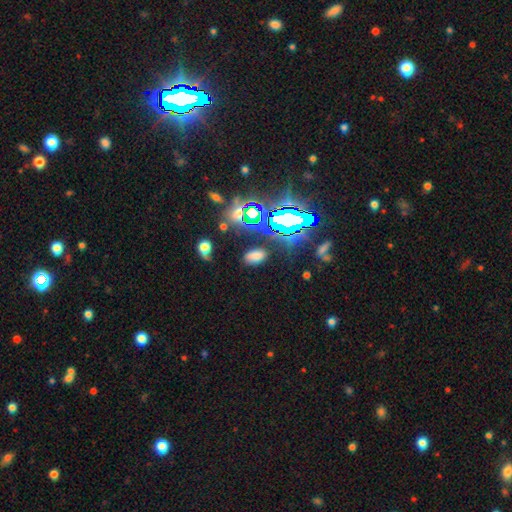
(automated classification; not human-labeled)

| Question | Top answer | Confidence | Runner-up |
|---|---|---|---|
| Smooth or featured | smooth | 66% | star or artifact (26%) |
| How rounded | in between | 89% | round (9%) |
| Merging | none | 80% | minor disturbance (12%) |